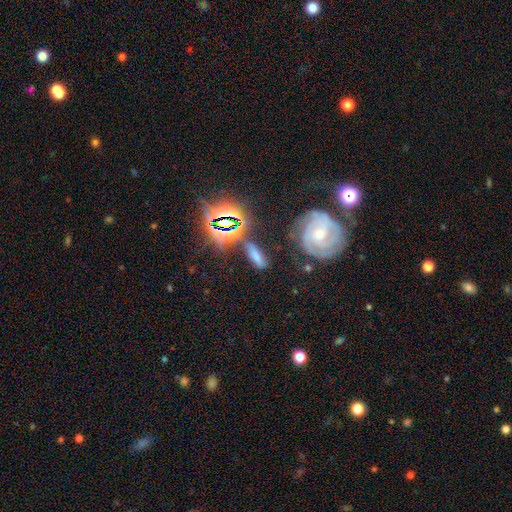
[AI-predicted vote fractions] smooth-or-featured: smooth: 52% | star or artifact: 24% | featured or disk: 23%
  how-rounded: in between: 54% | cigar-shaped: 40% | round: 6%
  merging: none: 65% | minor disturbance: 18% | major disturbance: 9% | merger: 8%